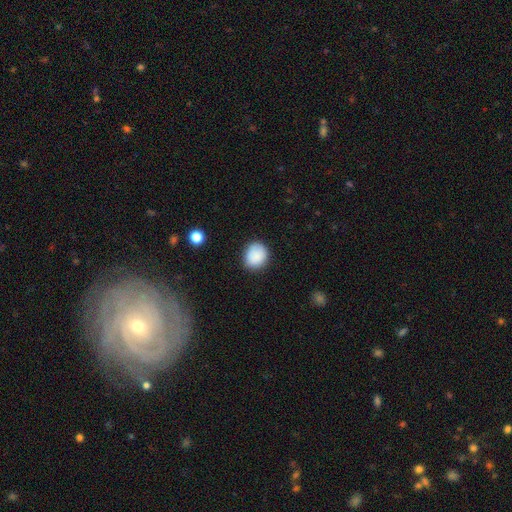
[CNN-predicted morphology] Smooth or featured: smooth — 88% (star or artifact — 8%)
How rounded: round — 73% (in between — 26%)
Merging: none — 83% (minor disturbance — 13%)